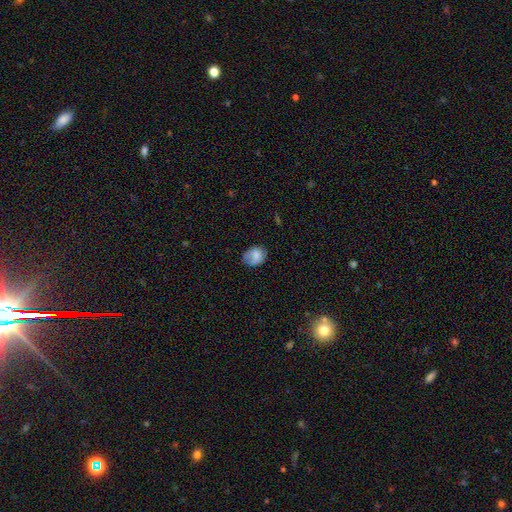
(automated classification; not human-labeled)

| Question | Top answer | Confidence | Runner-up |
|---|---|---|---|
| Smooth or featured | smooth | 75% | featured or disk (16%) |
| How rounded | in between | 54% | round (45%) |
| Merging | none | 58% | minor disturbance (29%) |